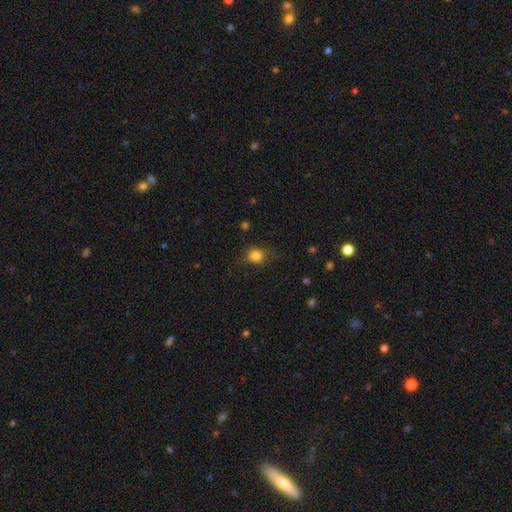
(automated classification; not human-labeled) This is clearly a smooth galaxy (82%). How rounded: likely round (78%). Merging: likely none (77%).